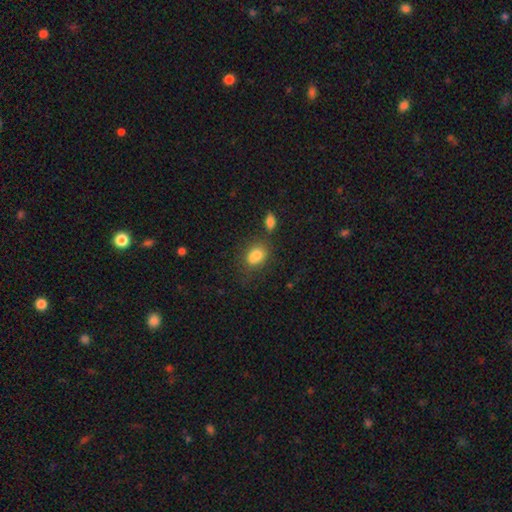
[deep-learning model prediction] Smooth or featured?
  - smooth: 81% *
  - star or artifact: 10%
  - featured or disk: 9%
How rounded?
  - in between: 73% *
  - round: 25%
  - cigar-shaped: 2%
Merging?
  - none: 51% *
  - merger: 22%
  - minor disturbance: 19%
  - major disturbance: 7%